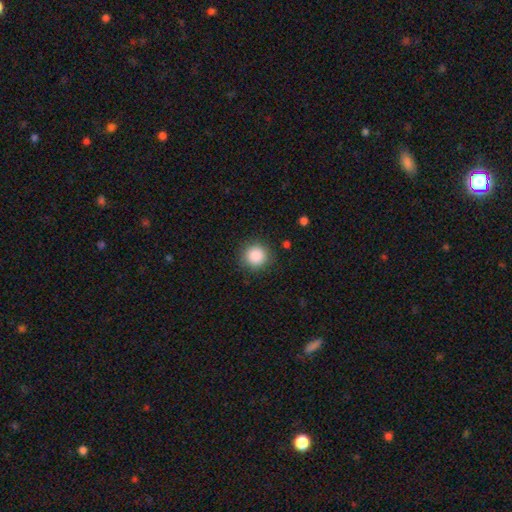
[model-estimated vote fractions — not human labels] Smooth or featured?
  - smooth: 88% *
  - star or artifact: 9%
  - featured or disk: 3%
How rounded?
  - round: 94% *
  - in between: 5%
  - cigar-shaped: 1%
Merging?
  - none: 88% *
  - minor disturbance: 8%
  - major disturbance: 3%
  - merger: 1%